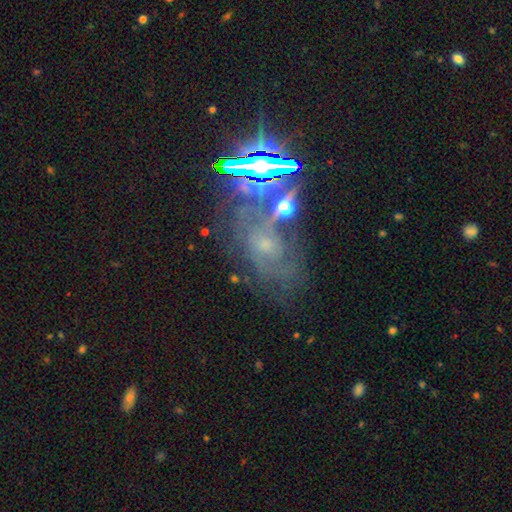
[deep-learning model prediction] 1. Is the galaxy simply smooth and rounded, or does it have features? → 52% star or artifact, 32% featured or disk, 16% smooth.